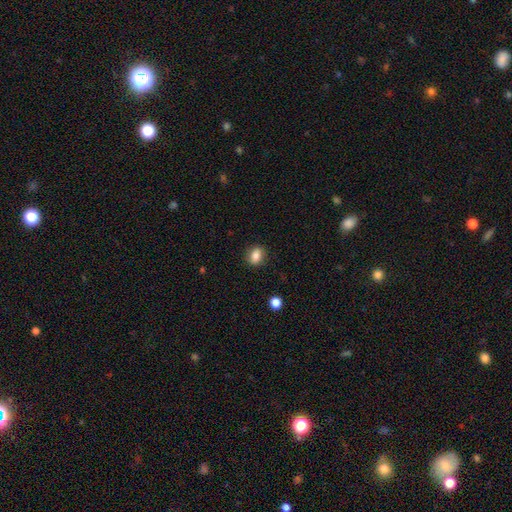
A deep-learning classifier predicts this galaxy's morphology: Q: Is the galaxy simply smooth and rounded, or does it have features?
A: smooth — 85%.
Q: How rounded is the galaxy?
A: in between — 63%.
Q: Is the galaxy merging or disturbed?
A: none — 86%.